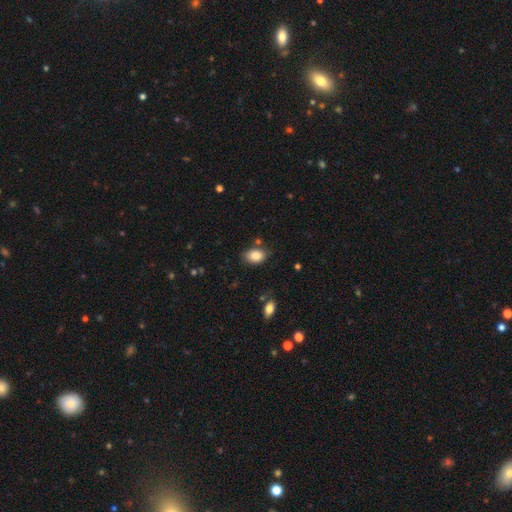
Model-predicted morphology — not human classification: Smooth or featured? Predicted: smooth (p=0.86). How rounded? Predicted: in between (p=0.84). Merging? Predicted: none (p=0.76).